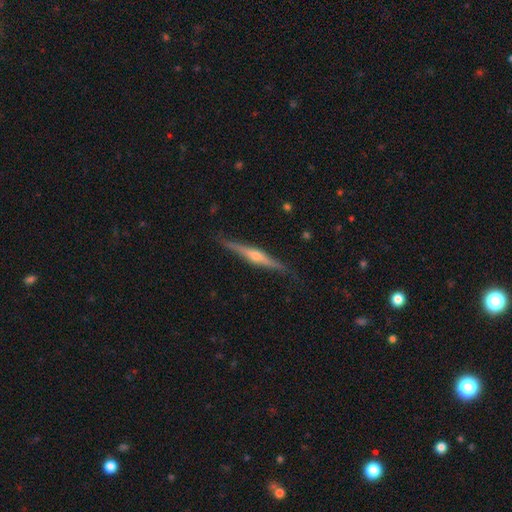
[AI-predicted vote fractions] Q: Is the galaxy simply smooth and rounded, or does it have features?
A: featured or disk — 76%.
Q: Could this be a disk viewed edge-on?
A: yes — 97%.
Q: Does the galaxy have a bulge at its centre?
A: rounded — 87%.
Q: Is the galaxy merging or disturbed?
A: none — 87%.